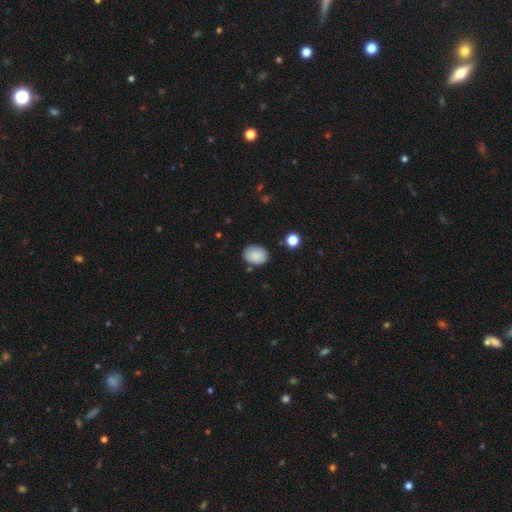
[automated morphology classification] type=smooth (87%); roundness=in between (62%); merging=none (80%).